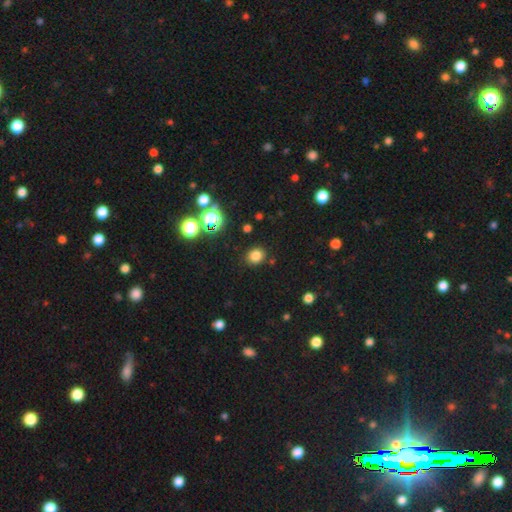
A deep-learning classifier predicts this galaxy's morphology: Smooth or featured? Predicted: smooth (p=0.78). How rounded? Predicted: round (p=0.79). Merging? Predicted: none (p=0.88).